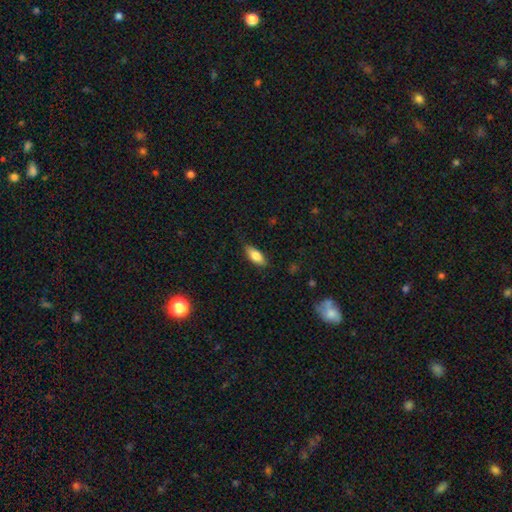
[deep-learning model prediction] Q: Smooth or featured?
A: smooth (78%); runner-up: featured or disk (15%)
Q: How rounded?
A: in between (81%); runner-up: cigar-shaped (16%)
Q: Merging?
A: none (80%); runner-up: minor disturbance (16%)